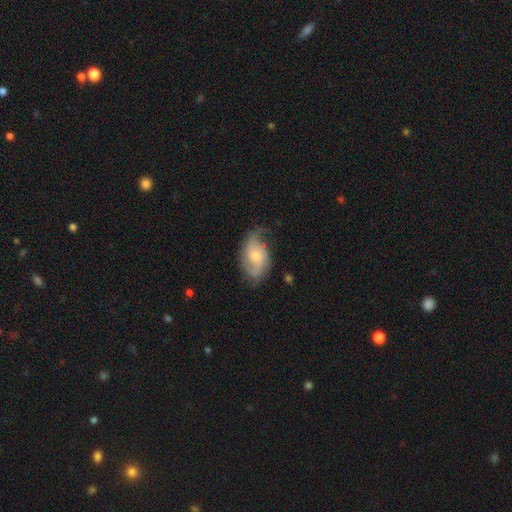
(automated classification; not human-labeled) This is likely a featured or disk galaxy (73%). It is clearly not viewed edge-on (96%). Bar: likely no (68%). Spiral arm pattern: clearly yes (92%). Spiral arm count: likely 2 (70%). Spiral winding: marginally loose (45%). Central bulge: possibly small (51%). Merging: possibly none (58%).